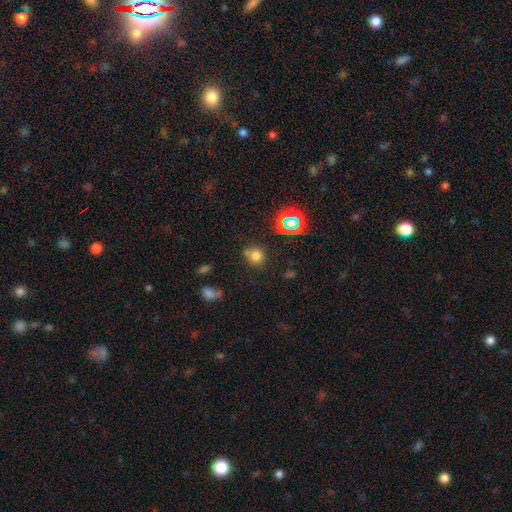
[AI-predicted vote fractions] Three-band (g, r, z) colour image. It shows a smooth galaxy with no disk features (72%) that is round (81%). Merging: none (66%).